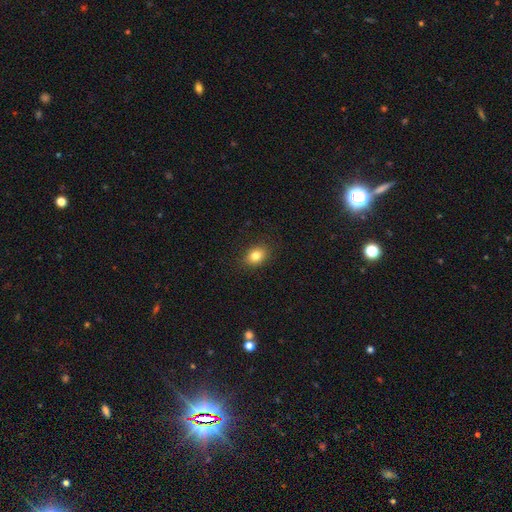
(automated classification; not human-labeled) This is clearly a smooth galaxy (82%). How rounded: likely in between (66%). Merging: clearly none (87%).